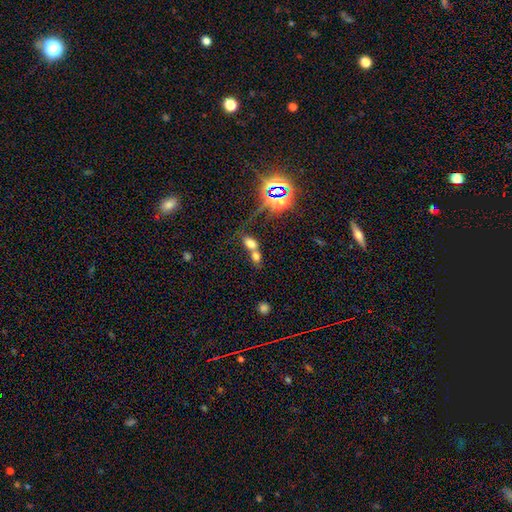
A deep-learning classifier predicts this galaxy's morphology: Smooth or featured? smooth (66%)
How rounded? in between (72%)
Merging? merger (66%)